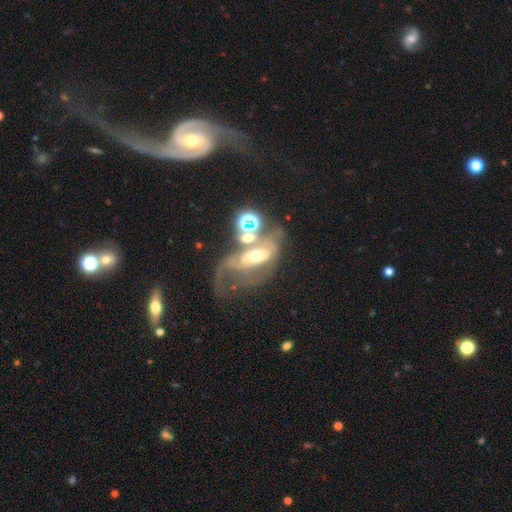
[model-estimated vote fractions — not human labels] Morphology: type=featured or disk (59%); edge-on=no (93%); bar=no (55%); spiral arms=yes (55%); bulge=moderate (55%); merging=major disturbance (35%, tied with merger).